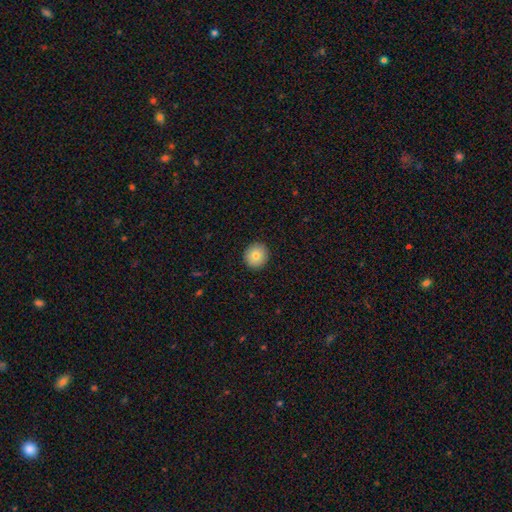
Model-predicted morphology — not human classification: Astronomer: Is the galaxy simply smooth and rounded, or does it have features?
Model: smooth — 80%.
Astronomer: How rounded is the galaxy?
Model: round — 91%.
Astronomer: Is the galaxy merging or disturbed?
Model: none — 92%.